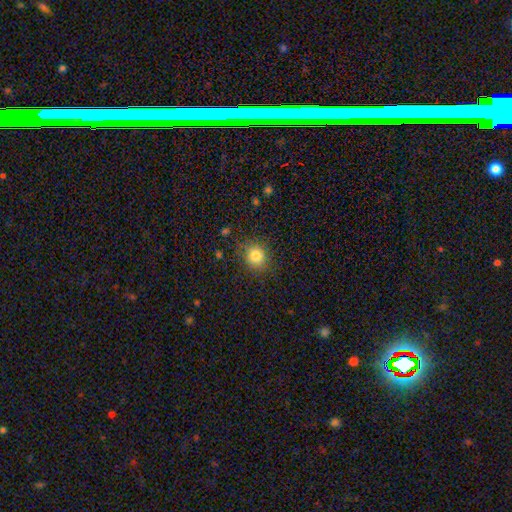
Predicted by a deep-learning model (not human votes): A smooth galaxy with no disk features (82%) that is round (79%). Merging: none (84%).